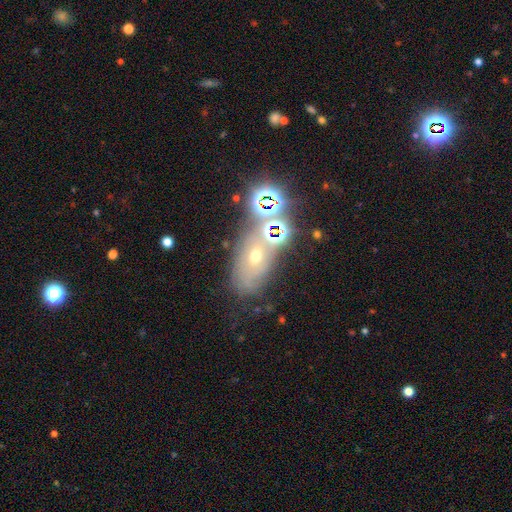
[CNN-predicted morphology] Q: Smooth or featured?
A: star or artifact (42%); runner-up: featured or disk (33%)